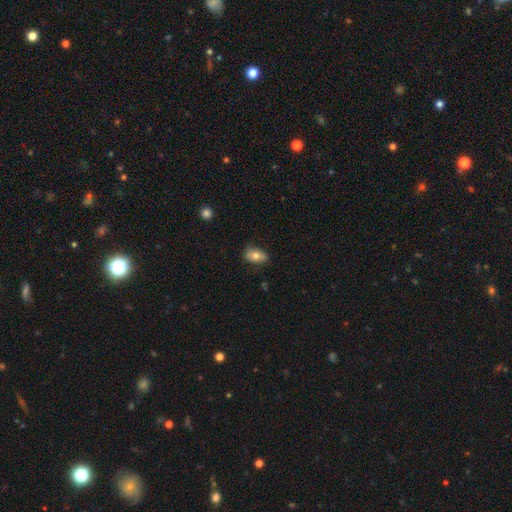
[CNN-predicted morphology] smooth_or_featured: smooth (p=0.73) [alt: featured or disk p=0.19]
how_rounded: in between (p=0.89) [alt: round p=0.08]
merging: none (p=0.78) [alt: minor disturbance p=0.18]